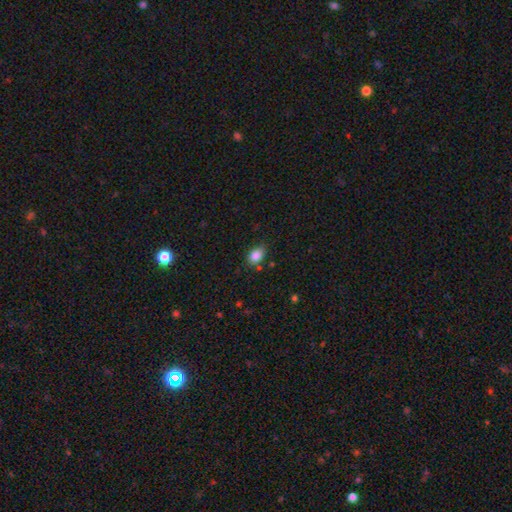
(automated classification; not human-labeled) Morphology: type=smooth (85%); roundness=in between (77%); merging=none (74%).